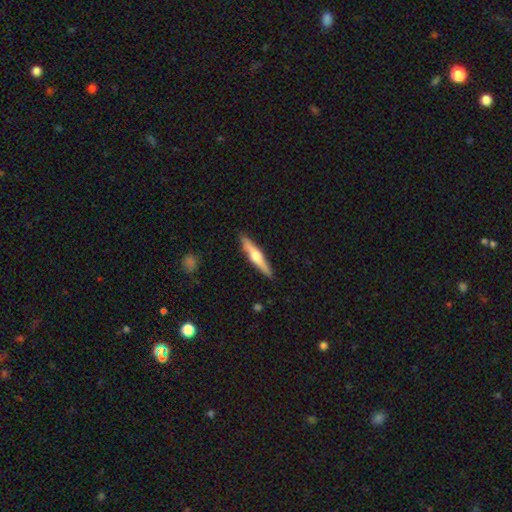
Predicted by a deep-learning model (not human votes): featured or disk 54%, smooth 40%, star or artifact 5%. Down the decision tree: edge-on disk — yes (96%); edge-on bulge — rounded (89%); merging — none (90%).